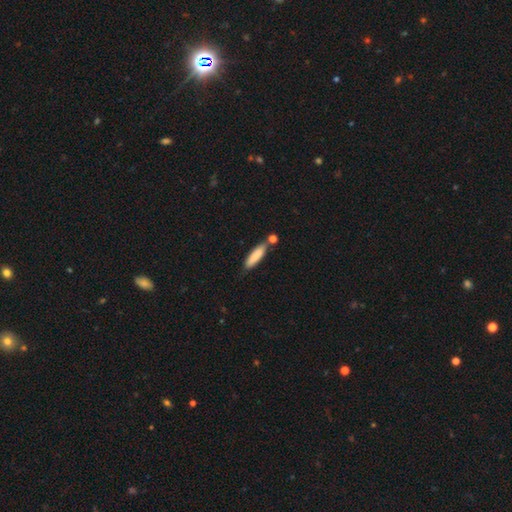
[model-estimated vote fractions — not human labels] This is clearly a smooth galaxy (84%). How rounded: likely cigar-shaped (71%). Merging: likely none (68%).